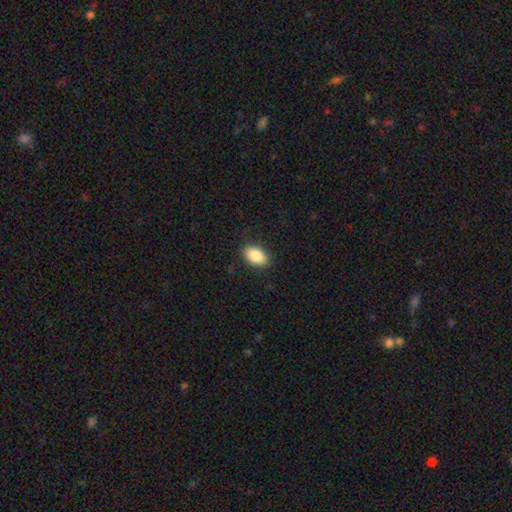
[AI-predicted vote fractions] Smooth or featured? Predicted: smooth (p=0.87). How rounded? Predicted: in between (p=0.91). Merging? Predicted: none (p=0.88).